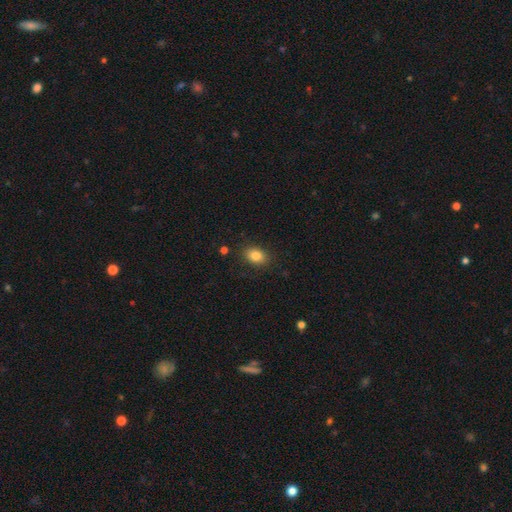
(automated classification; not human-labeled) Overall: smooth (84%). How rounded: in between (79%). Merging: none (86%).